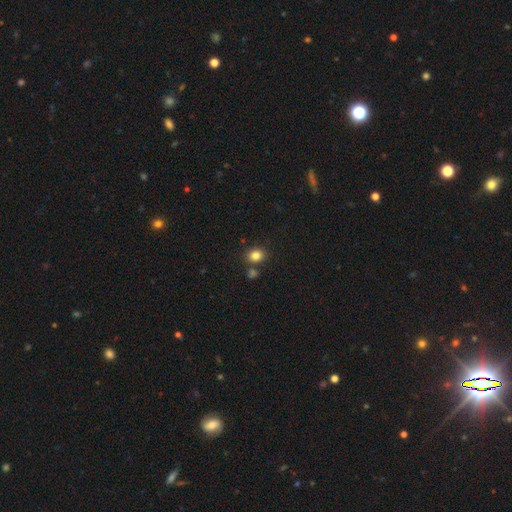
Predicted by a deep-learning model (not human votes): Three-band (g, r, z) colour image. It shows a smooth galaxy with no disk features (83%) that is round (60%). Merging: none (77%).